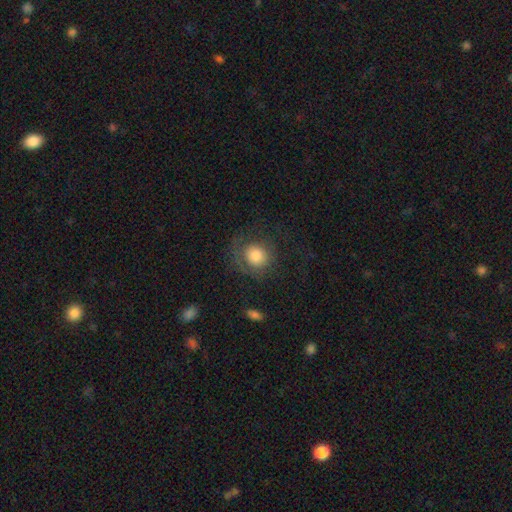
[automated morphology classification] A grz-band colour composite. It shows a smooth galaxy with no disk features (72%) that is round (85%). Merging: none (59%).